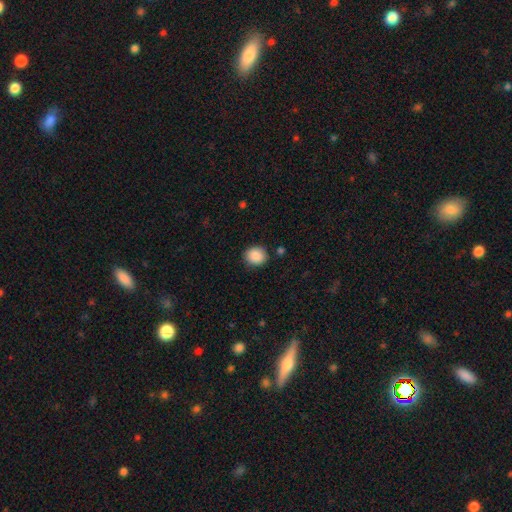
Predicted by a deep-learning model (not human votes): smooth 88%, star or artifact 8%, featured or disk 4%. Down the decision tree: how rounded — round (81%); merging — none (87%).